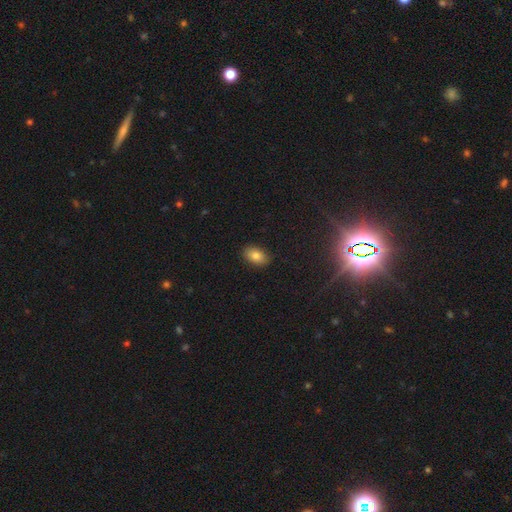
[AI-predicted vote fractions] A smooth galaxy with no disk features (82%) that is in between round and cigar-shaped (89%). Merging: none (88%).